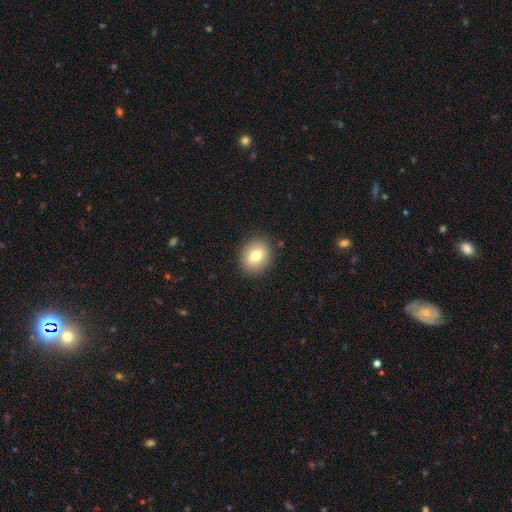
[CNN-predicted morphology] Smooth or featured: smooth — 75% (featured or disk — 15%)
How rounded: round — 68% (in between — 31%)
Merging: none — 89% (minor disturbance — 8%)